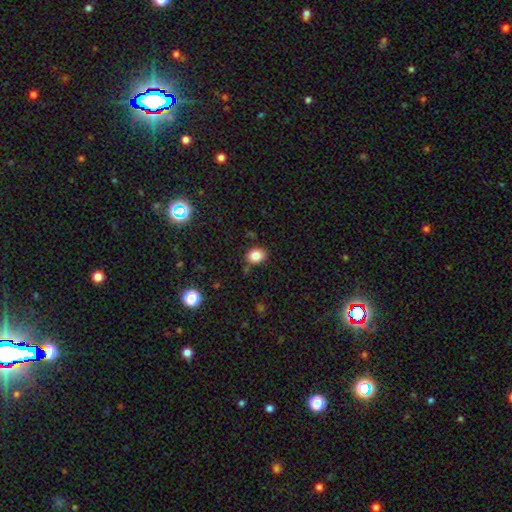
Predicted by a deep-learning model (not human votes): A smooth galaxy with no disk features (84%) that is in between round and cigar-shaped (55%).

Vote fractions:
- Smooth or featured? smooth: 84% / star or artifact: 11% / featured or disk: 5%
- How rounded? in between: 55% / round: 45% / cigar-shaped: 1%
- Merging? none: 78% / minor disturbance: 14% / merger: 4% / major disturbance: 3%